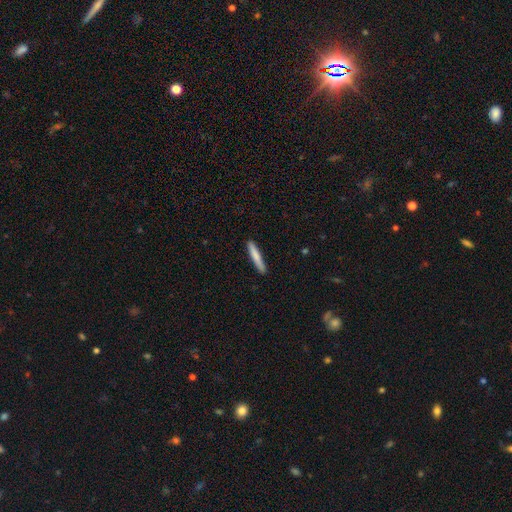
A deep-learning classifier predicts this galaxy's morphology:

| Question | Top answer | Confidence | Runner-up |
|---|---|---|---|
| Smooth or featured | smooth | 79% | featured or disk (16%) |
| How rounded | cigar-shaped | 93% | in between (6%) |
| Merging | none | 89% | minor disturbance (8%) |